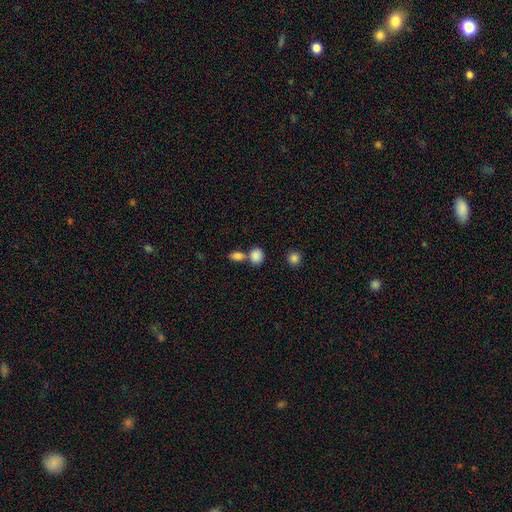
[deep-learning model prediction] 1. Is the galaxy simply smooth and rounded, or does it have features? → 86% smooth, 9% star or artifact, 5% featured or disk.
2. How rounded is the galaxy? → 54% round, 45% in between, 2% cigar-shaped.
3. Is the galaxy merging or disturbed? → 49% none, 39% merger, 9% minor disturbance, 4% major disturbance.